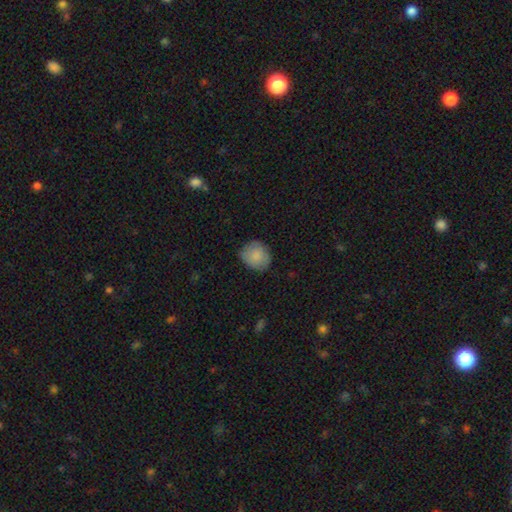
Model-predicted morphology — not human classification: This is clearly a smooth galaxy (84%). How rounded: likely round (79%). Merging: likely none (78%).